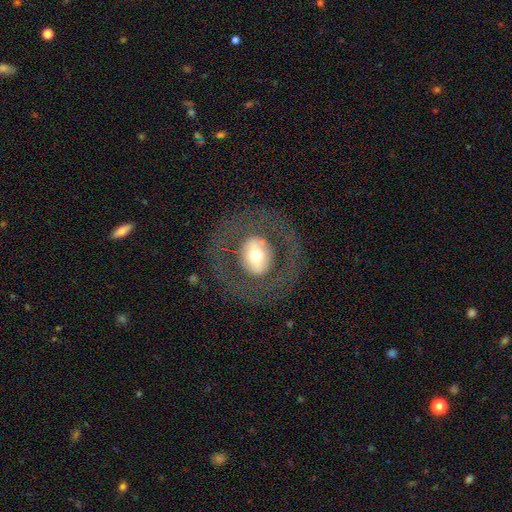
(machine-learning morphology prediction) type=featured or disk (53%); edge-on=no (91%); merging=none (77%).